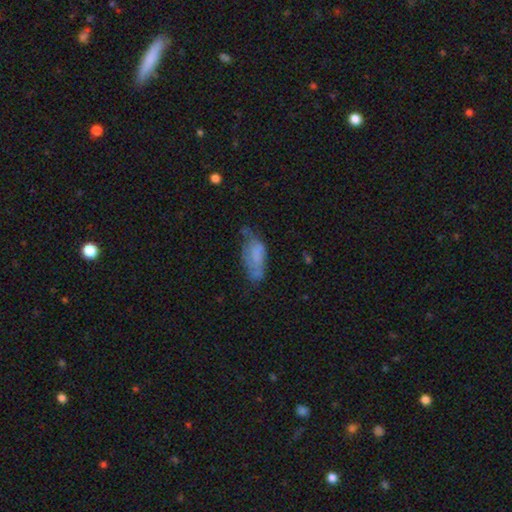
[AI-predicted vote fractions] Morphology: type=smooth (61%); roundness=in between (81%); merging=none (38%).